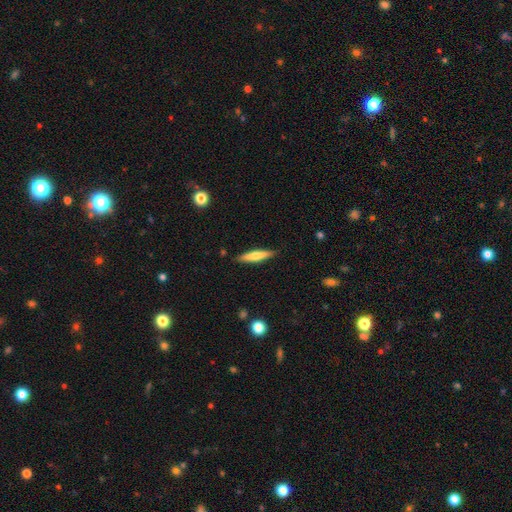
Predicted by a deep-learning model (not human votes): The model was most divided on "smooth or featured": smooth: 62%, featured or disk: 33%, star or artifact: 6%. More confident: merging — none (88%); how rounded — cigar-shaped (87%).